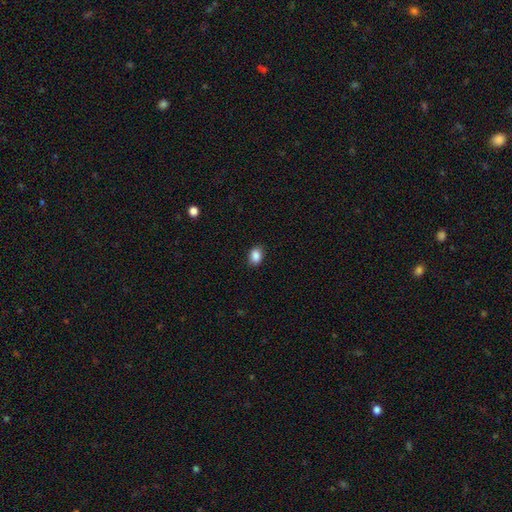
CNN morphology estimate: The model was most divided on "how rounded": in between: 70%, round: 29%, cigar-shaped: 1%. More confident: smooth or featured — smooth (88%); merging — none (86%).